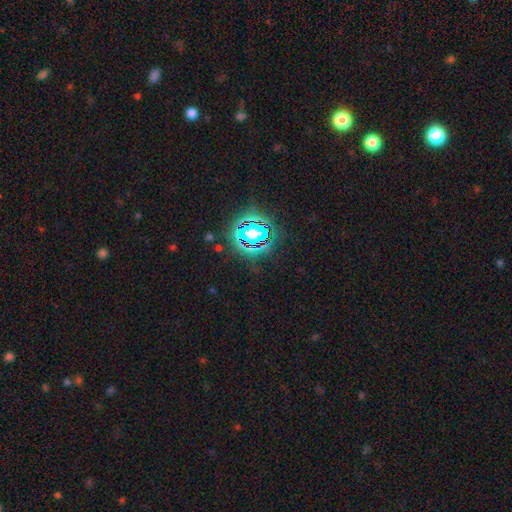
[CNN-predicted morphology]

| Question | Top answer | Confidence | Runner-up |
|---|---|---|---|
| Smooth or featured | star or artifact | 81% | smooth (11%) |